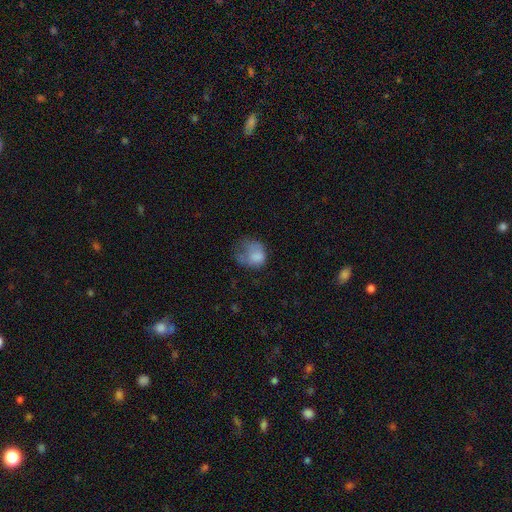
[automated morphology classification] Overall: smooth (72%). How rounded: round (51%; in between 48%). Merging: major disturbance (46%; minor disturbance 28%).